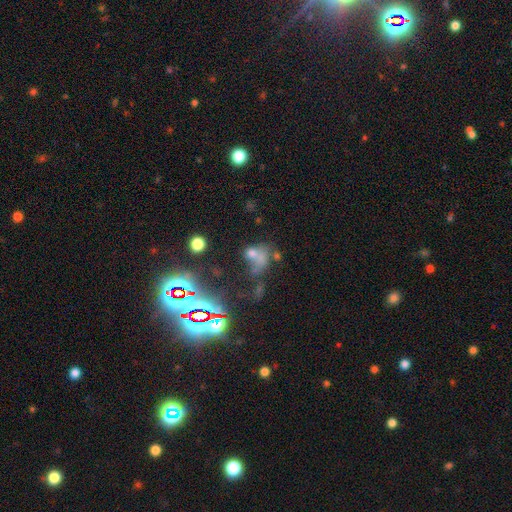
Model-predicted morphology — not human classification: smooth 51%, star or artifact 28%, featured or disk 21%. Down the decision tree: how rounded — in between (57%); merging — merger (42%).